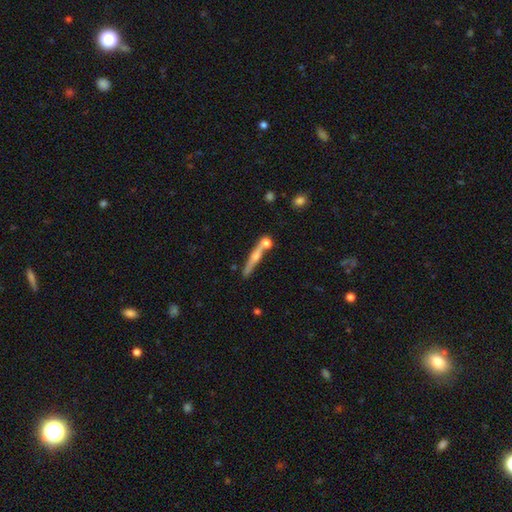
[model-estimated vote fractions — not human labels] smooth-or-featured: featured or disk: 59% | smooth: 34% | star or artifact: 7%
  disk-edge-on: yes: 94% | no: 6%
    edge-on-bulge: rounded: 83% | none: 10% | boxy: 6%
  merging: none: 67% | merger: 18% | minor disturbance: 12% | major disturbance: 4%